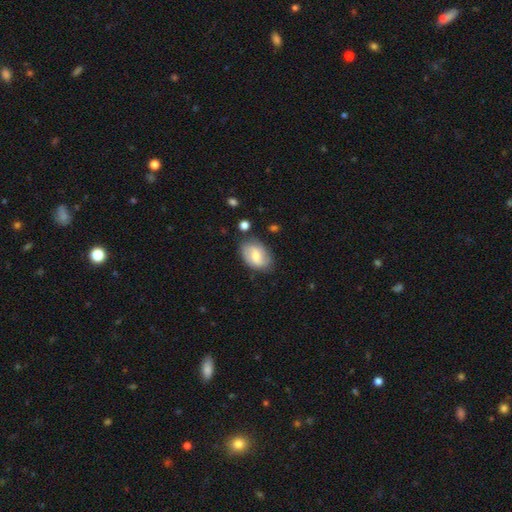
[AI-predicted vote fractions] Smooth or featured? Predicted: smooth (p=0.57). How rounded? Predicted: in between (p=0.85). Merging? Predicted: none (p=0.73).